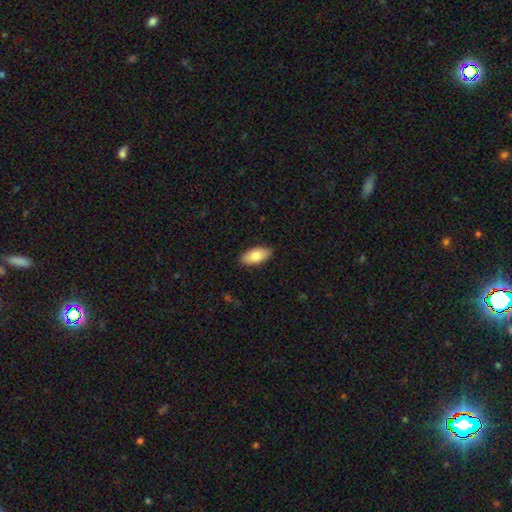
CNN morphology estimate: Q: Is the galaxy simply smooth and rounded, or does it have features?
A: smooth — 84%.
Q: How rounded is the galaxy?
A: in between — 92%.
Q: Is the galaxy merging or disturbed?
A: none — 88%.